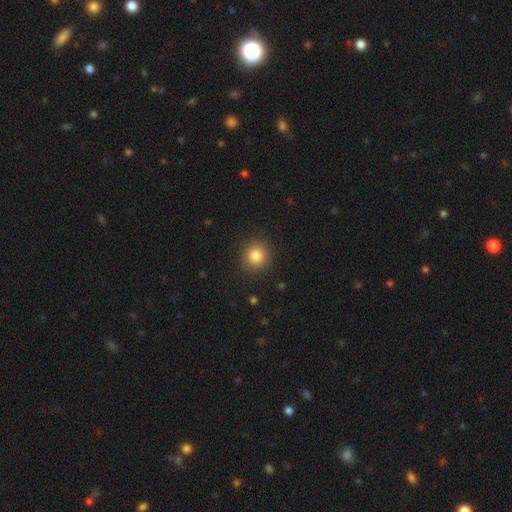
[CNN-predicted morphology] Smooth or featured? smooth (83%)
How rounded? round (89%)
Merging? none (90%)